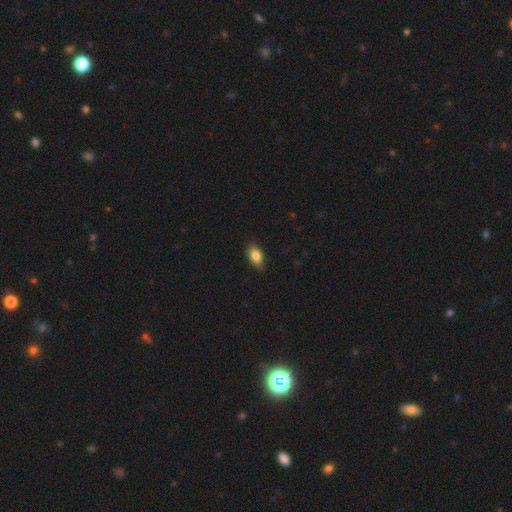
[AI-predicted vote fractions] A smooth galaxy with no disk features (83%) that is in between round and cigar-shaped (88%).

Vote fractions:
- Smooth or featured? smooth: 83% / featured or disk: 9% / star or artifact: 8%
- How rounded? in between: 88% / round: 7% / cigar-shaped: 5%
- Merging? none: 86% / minor disturbance: 11% / major disturbance: 2% / merger: 1%